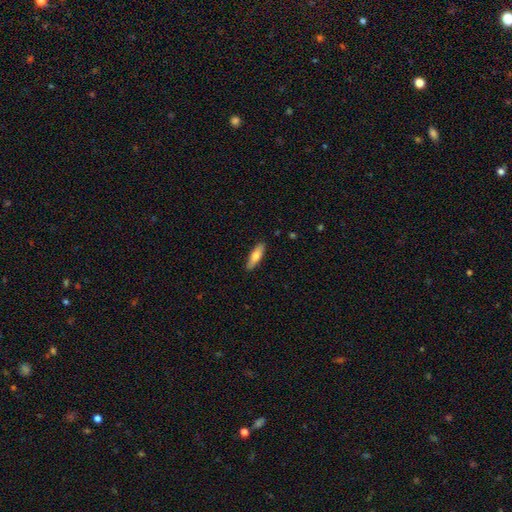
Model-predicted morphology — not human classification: Smooth or featured? smooth (71%)
How rounded? cigar-shaped (53%)
Merging? none (89%)